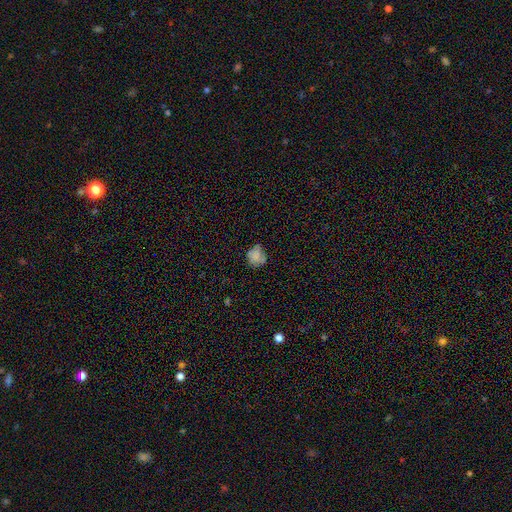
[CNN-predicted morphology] This appears to be a smooth galaxy with no disk features (75%) that is round (73%). Merging: none (57%).